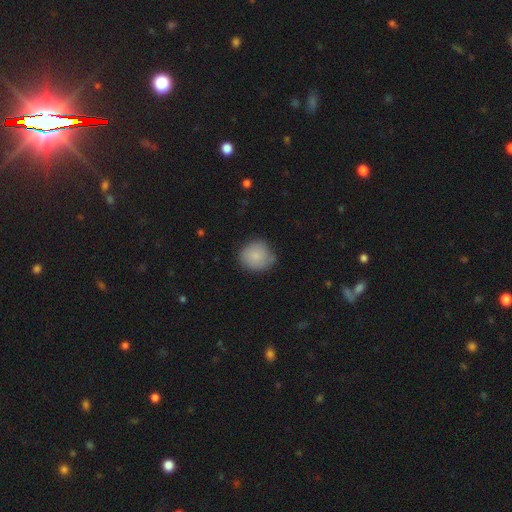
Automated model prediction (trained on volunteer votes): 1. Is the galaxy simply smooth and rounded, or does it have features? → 83% smooth, 9% featured or disk, 8% star or artifact.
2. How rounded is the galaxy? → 84% round, 15% in between, 1% cigar-shaped.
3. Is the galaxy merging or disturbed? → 67% none, 26% minor disturbance, 5% major disturbance, 3% merger.